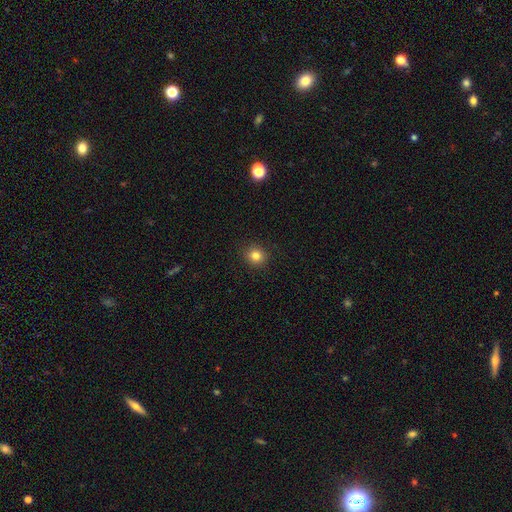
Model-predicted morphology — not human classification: Overall: smooth (82%). How rounded: round (87%). Merging: none (91%).